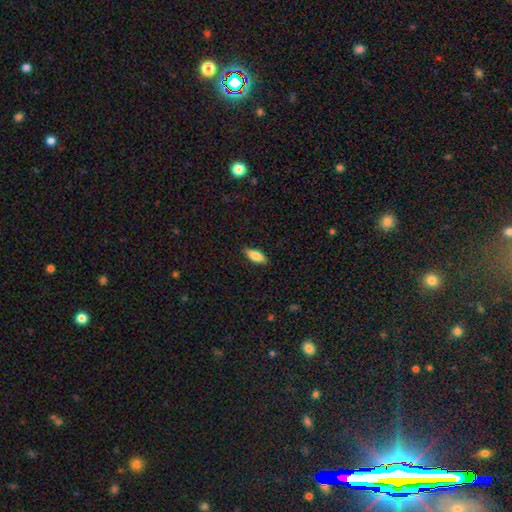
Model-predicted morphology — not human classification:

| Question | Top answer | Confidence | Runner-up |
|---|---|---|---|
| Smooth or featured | smooth | 79% | featured or disk (15%) |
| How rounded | in between | 74% | cigar-shaped (24%) |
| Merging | none | 86% | minor disturbance (10%) |